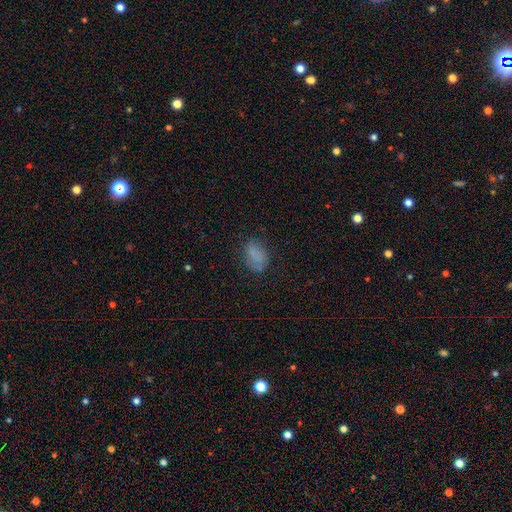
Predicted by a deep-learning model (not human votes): The model was most divided on "merging": none: 72%, minor disturbance: 19%, major disturbance: 7%, merger: 2%. More confident: how rounded — in between (87%); smooth or featured — smooth (78%).